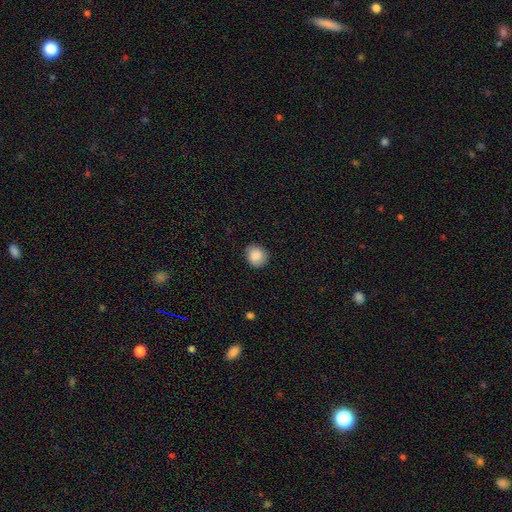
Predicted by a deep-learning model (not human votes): smooth_or_featured: smooth (p=0.87) [alt: star or artifact p=0.08]
how_rounded: round (p=0.77) [alt: in between p=0.22]
merging: none (p=0.85) [alt: minor disturbance p=0.11]